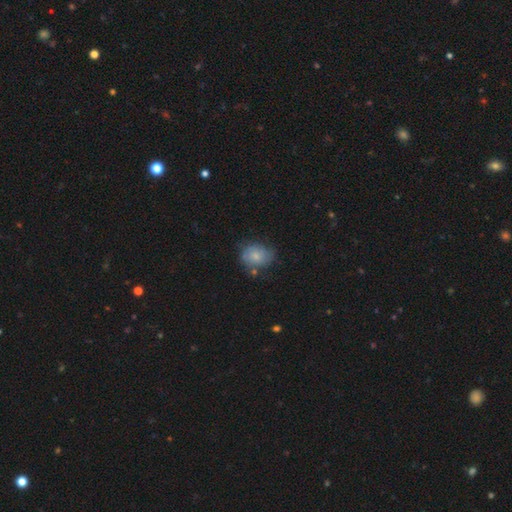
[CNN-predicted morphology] Overall: smooth (71%). How rounded: round (54%; in between 45%). Merging: none (57%; minor disturbance 28%).